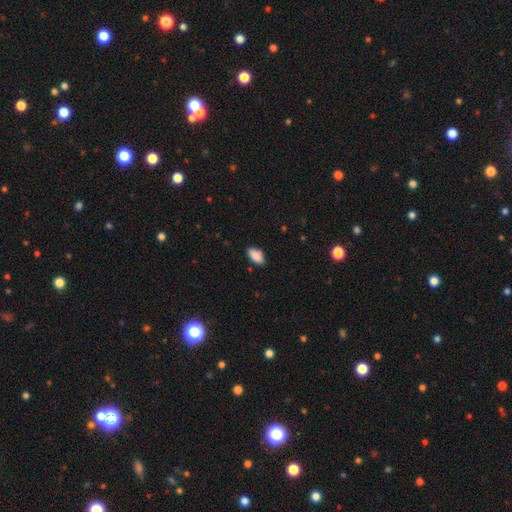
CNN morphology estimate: Smooth or featured? Predicted: smooth (p=0.89). How rounded? Predicted: in between (p=0.92). Merging? Predicted: none (p=0.83).